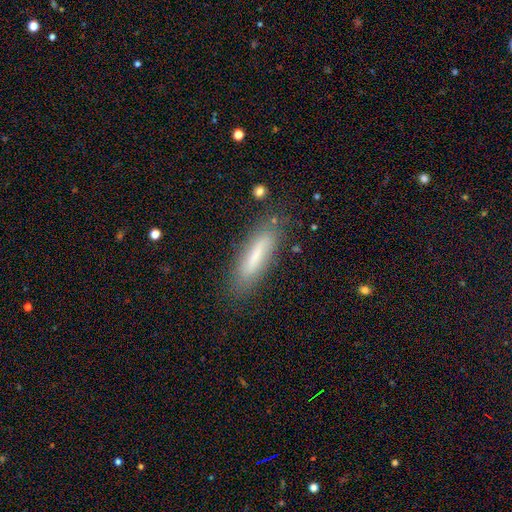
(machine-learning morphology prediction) This is likely a smooth galaxy (66%). How rounded: likely cigar-shaped (73%). Merging: clearly none (80%).